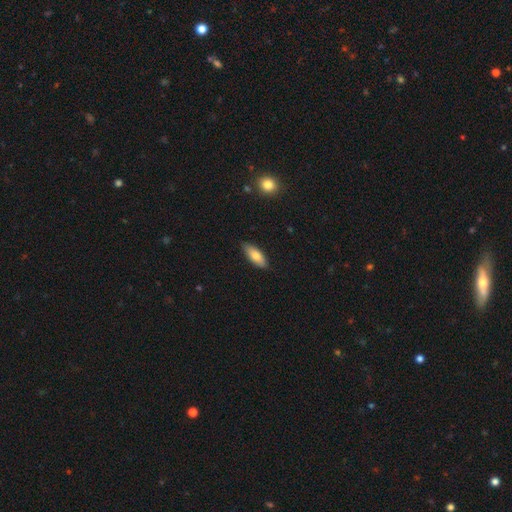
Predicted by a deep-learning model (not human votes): Overall: smooth (77%). How rounded: in between (75%). Merging: none (84%).